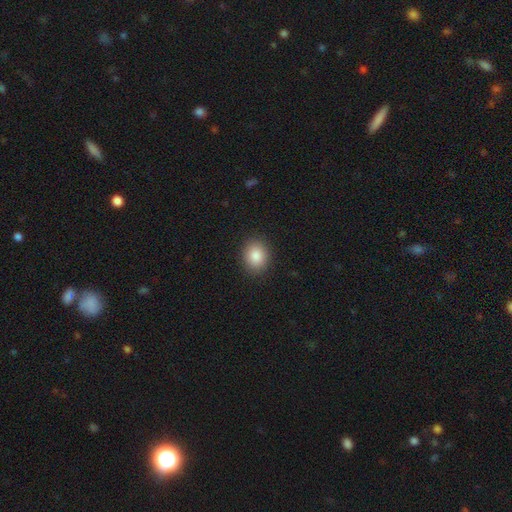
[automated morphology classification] Smooth or featured?
  - smooth: 87% *
  - star or artifact: 9%
  - featured or disk: 5%
How rounded?
  - round: 58% *
  - in between: 41%
  - cigar-shaped: 1%
Merging?
  - none: 90% *
  - minor disturbance: 7%
  - major disturbance: 2%
  - merger: 1%